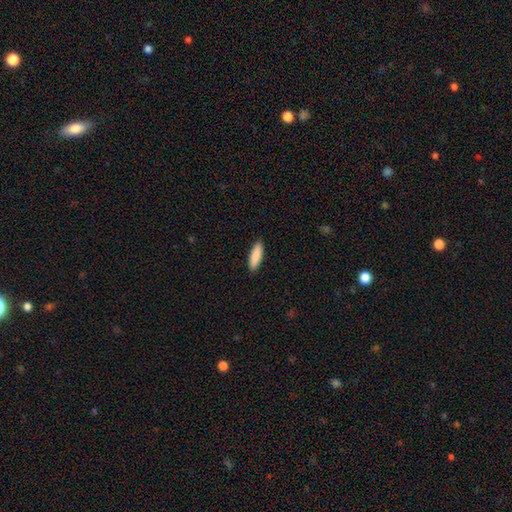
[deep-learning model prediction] Smooth or featured? Predicted: smooth (p=0.89). How rounded? Predicted: cigar-shaped (p=0.57). Merging? Predicted: none (p=0.91).